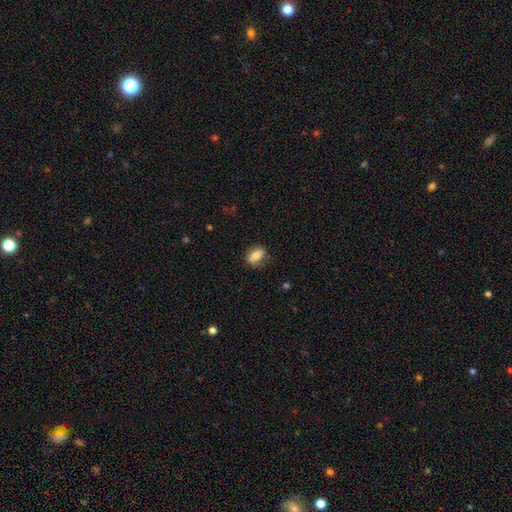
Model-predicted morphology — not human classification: A smooth galaxy with no disk features (71%) that is in between round and cigar-shaped (78%).

Vote fractions:
- Smooth or featured? smooth: 71% / featured or disk: 22% / star or artifact: 7%
- How rounded? in between: 78% / round: 14% / cigar-shaped: 7%
- Merging? none: 77% / minor disturbance: 17% / major disturbance: 5% / merger: 1%